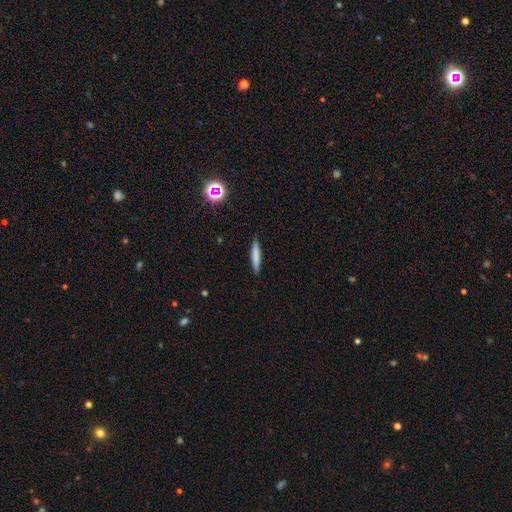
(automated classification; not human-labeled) Smooth or featured? Predicted: smooth (p=0.76). How rounded? Predicted: cigar-shaped (p=0.91). Merging? Predicted: none (p=0.89).